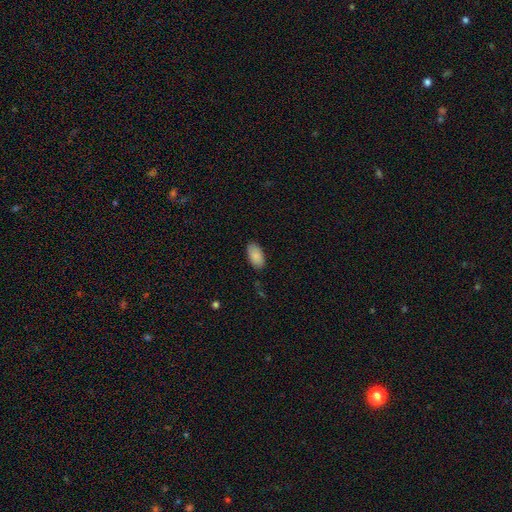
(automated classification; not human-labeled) Smooth or featured? smooth (89%)
How rounded? in between (95%)
Merging? none (85%)